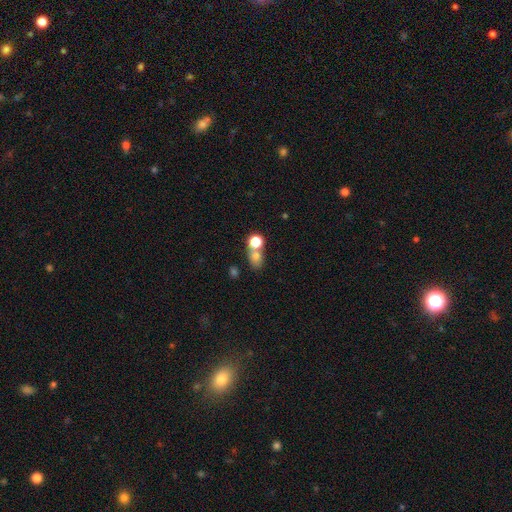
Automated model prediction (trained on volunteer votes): smooth_or_featured: smooth (p=0.72) [alt: star or artifact p=0.17]
how_rounded: round (p=0.53) [alt: in between p=0.45]
merging: none (p=0.47) [alt: merger p=0.39]